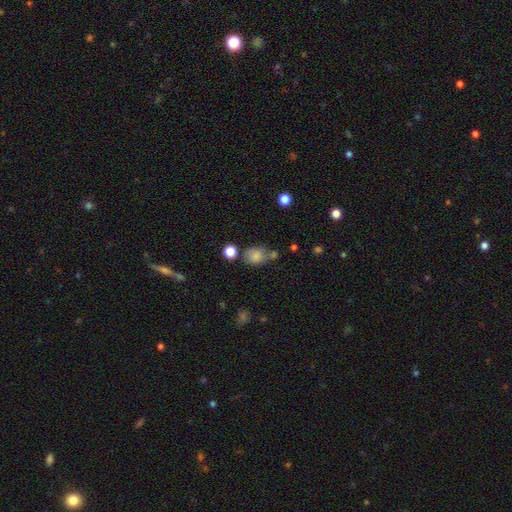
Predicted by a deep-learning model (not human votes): The model was most divided on "how rounded": in between: 55%, round: 44%, cigar-shaped: 1%. More confident: smooth or featured — smooth (79%); merging — none (52%).